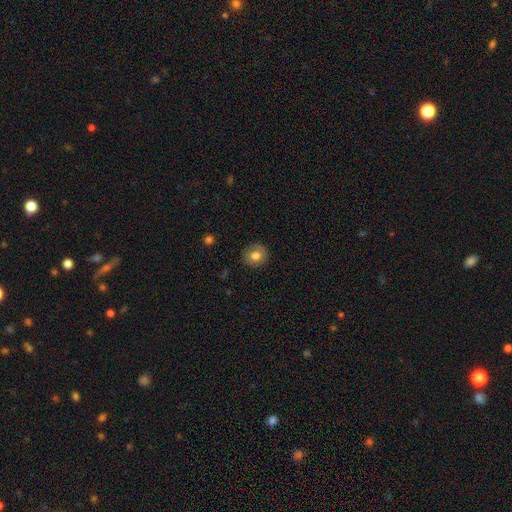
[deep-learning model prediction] smooth 79%, featured or disk 11%, star or artifact 10%. Down the decision tree: how rounded — round (87%); merging — none (88%).